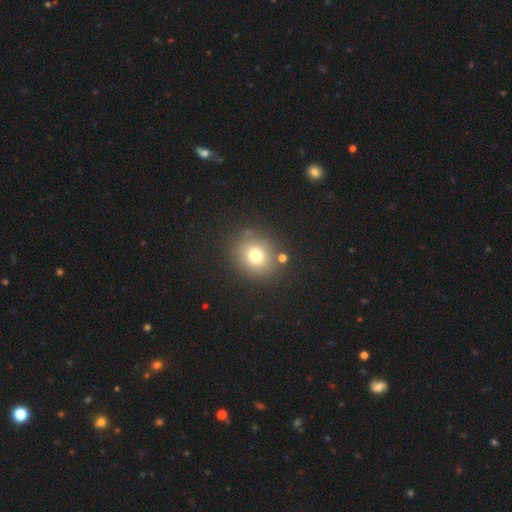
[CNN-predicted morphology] smooth_or_featured: smooth (p=0.75) [alt: star or artifact p=0.15]
how_rounded: round (p=0.75) [alt: in between p=0.24]
merging: none (p=0.83) [alt: minor disturbance p=0.09]